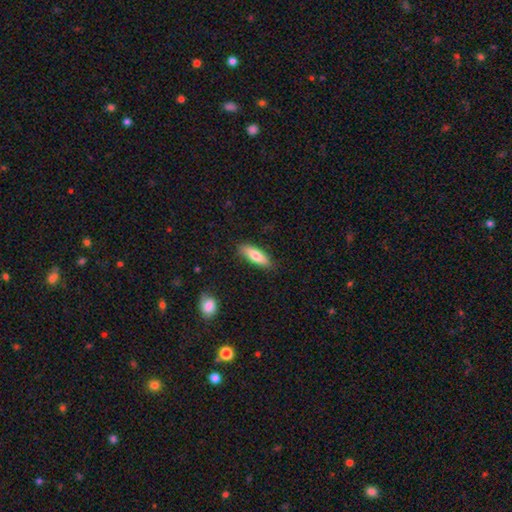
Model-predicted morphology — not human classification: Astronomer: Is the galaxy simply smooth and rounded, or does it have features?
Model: smooth — 76%.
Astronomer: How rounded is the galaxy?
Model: in between — 54% (runner-up: cigar-shaped, 44%).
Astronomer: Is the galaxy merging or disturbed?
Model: none — 85%.